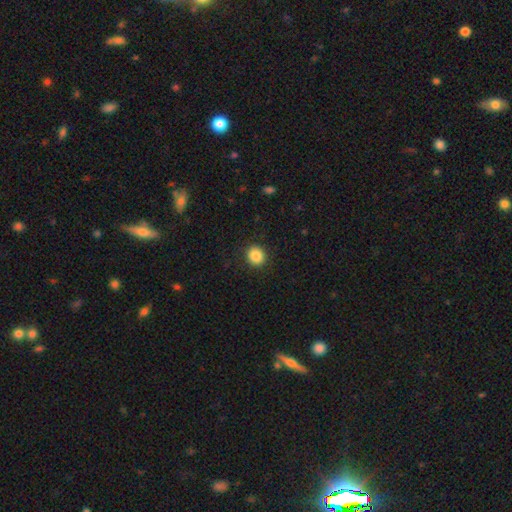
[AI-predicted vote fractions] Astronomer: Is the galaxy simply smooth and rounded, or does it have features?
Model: smooth — 86%.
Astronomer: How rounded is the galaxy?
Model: round — 85%.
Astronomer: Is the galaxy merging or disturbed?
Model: none — 91%.